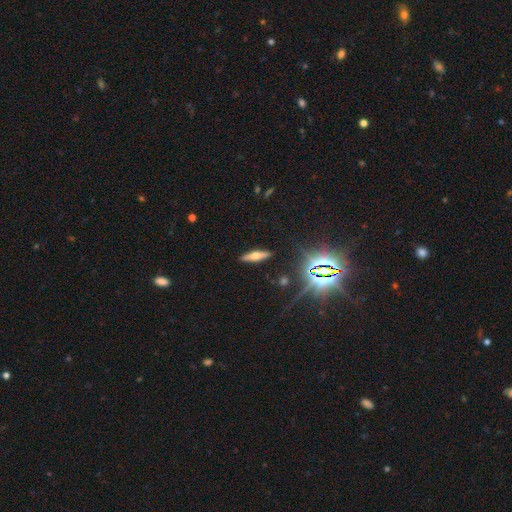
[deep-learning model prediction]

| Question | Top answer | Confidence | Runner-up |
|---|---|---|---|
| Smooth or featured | featured or disk | 43% | smooth (42%) |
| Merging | none | 90% | minor disturbance (7%) |